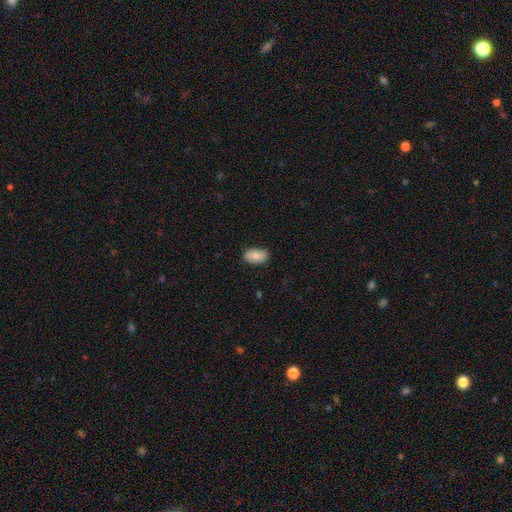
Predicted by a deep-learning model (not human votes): Overall: smooth (78%). How rounded: in between (92%). Merging: none (85%).